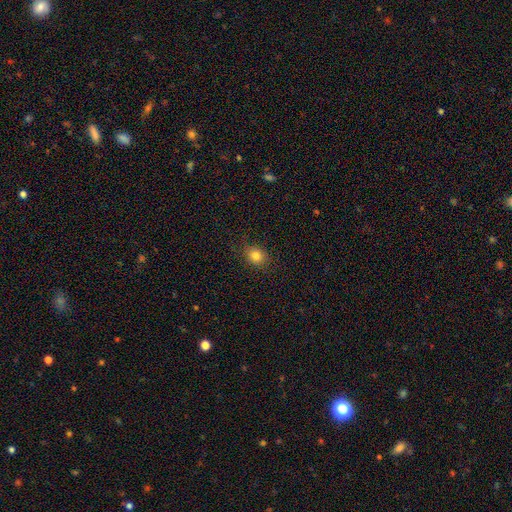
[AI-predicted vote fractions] smooth-or-featured: smooth: 82% | star or artifact: 12% | featured or disk: 6%
  how-rounded: round: 64% | in between: 35% | cigar-shaped: 1%
  merging: none: 83% | minor disturbance: 12% | major disturbance: 3% | merger: 1%